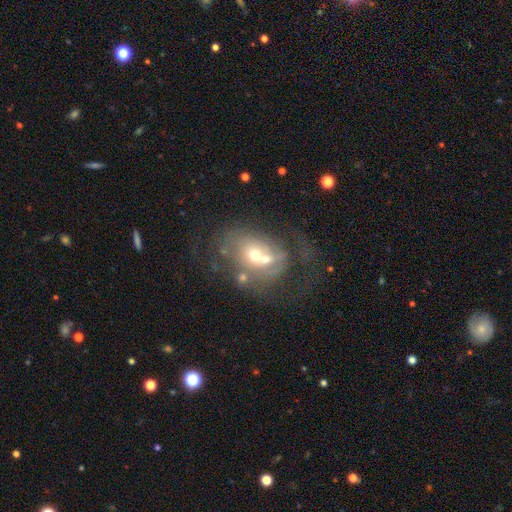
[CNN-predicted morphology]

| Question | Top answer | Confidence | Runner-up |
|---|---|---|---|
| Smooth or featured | featured or disk | 57% | smooth (31%) |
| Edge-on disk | no | 96% | yes (4%) |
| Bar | no | 81% | weak (15%) |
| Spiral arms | no | 61% | yes (39%) |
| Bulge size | moderate | 56% | small (34%) |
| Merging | merger | 35% | major disturbance (28%) |